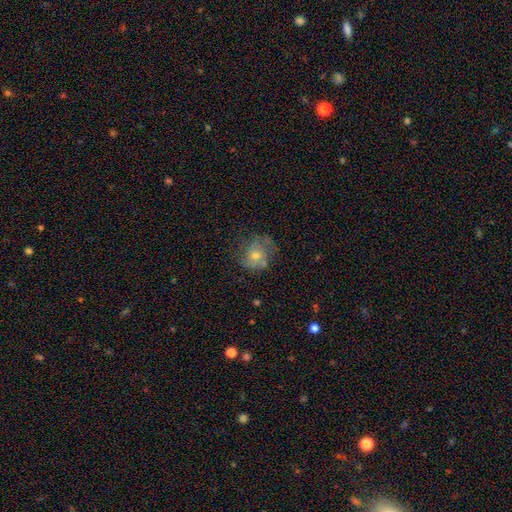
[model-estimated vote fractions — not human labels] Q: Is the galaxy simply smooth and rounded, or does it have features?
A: featured or disk — 45%.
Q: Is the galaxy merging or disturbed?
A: none — 59%.